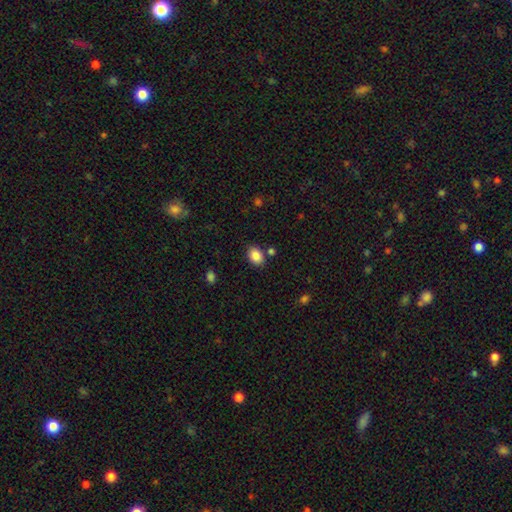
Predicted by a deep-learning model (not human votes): Q: Smooth or featured?
A: smooth (86%); runner-up: star or artifact (8%)
Q: How rounded?
A: in between (72%); runner-up: round (27%)
Q: Merging?
A: none (79%); runner-up: minor disturbance (12%)